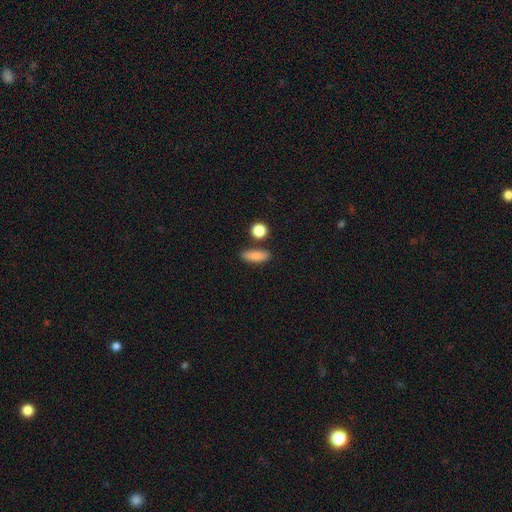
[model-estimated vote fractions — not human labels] smooth 84%, featured or disk 8%, star or artifact 8%. Down the decision tree: how rounded — in between (55%); merging — none (80%).